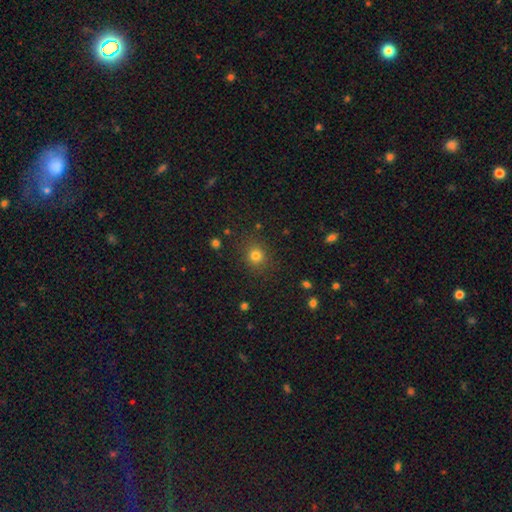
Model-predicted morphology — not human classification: type=smooth (79%); roundness=round (87%); merging=none (87%).